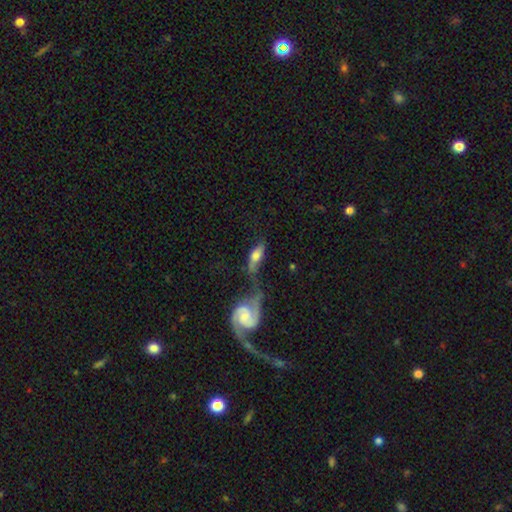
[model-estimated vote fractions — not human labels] The model was most divided on "smooth or featured": featured or disk: 54%, smooth: 38%, star or artifact: 8%. More confident: edge-on disk — no (75%); merging — merger (52%).